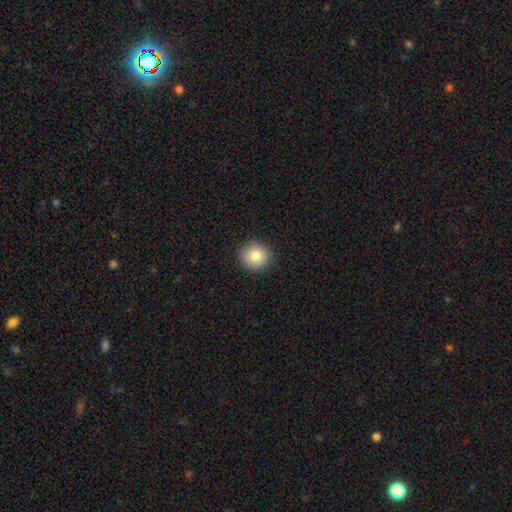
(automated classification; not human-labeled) Smooth or featured? Predicted: smooth (p=0.82). How rounded? Predicted: round (p=0.91). Merging? Predicted: none (p=0.90).